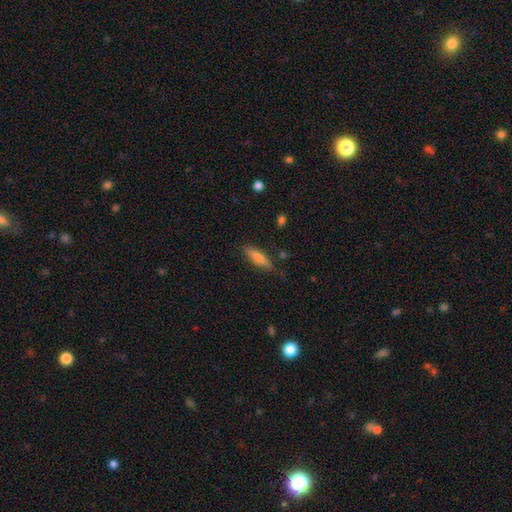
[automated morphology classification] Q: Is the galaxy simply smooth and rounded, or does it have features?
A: smooth — 67%.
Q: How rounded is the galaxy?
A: cigar-shaped — 70%.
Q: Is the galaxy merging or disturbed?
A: none — 81%.